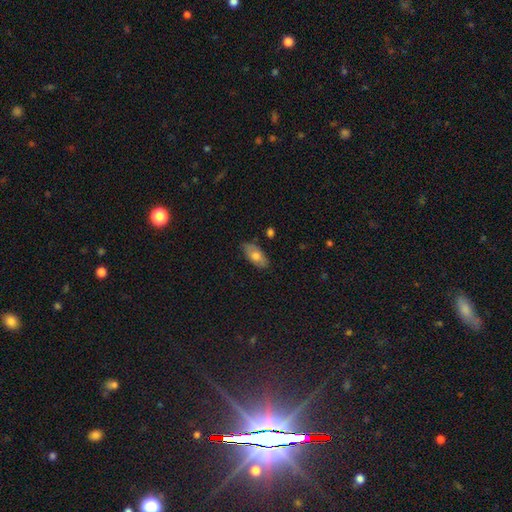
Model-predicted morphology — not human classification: A smooth galaxy with no disk features (71%) that is in between round and cigar-shaped (91%). Merging: none (80%).